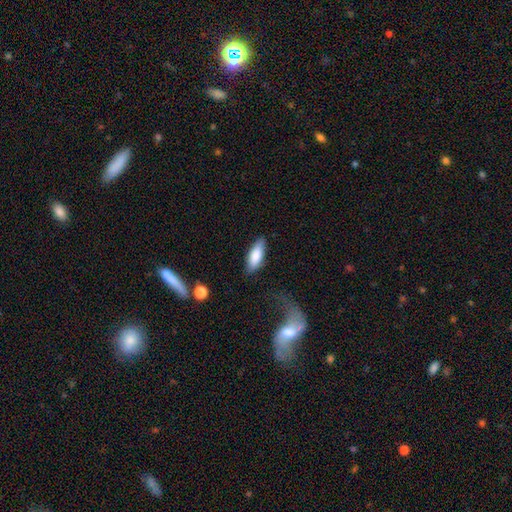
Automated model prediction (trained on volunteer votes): Smooth or featured: smooth — 82% (featured or disk — 12%)
How rounded: in between — 70% (cigar-shaped — 28%)
Merging: none — 80% (minor disturbance — 15%)